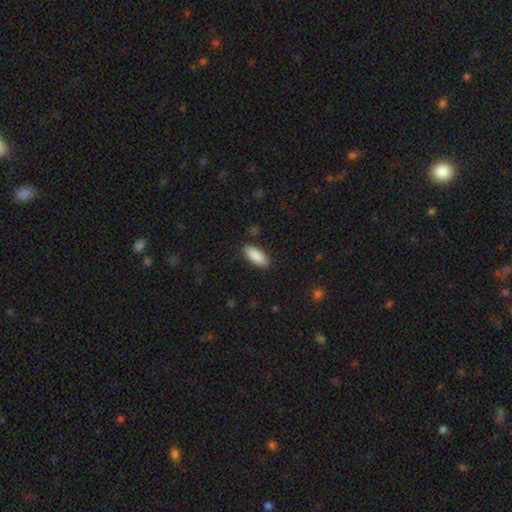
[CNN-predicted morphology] Smooth or featured?
  - smooth: 90% *
  - star or artifact: 6%
  - featured or disk: 4%
How rounded?
  - in between: 78% *
  - cigar-shaped: 20%
  - round: 2%
Merging?
  - none: 88% *
  - minor disturbance: 9%
  - major disturbance: 2%
  - merger: 1%